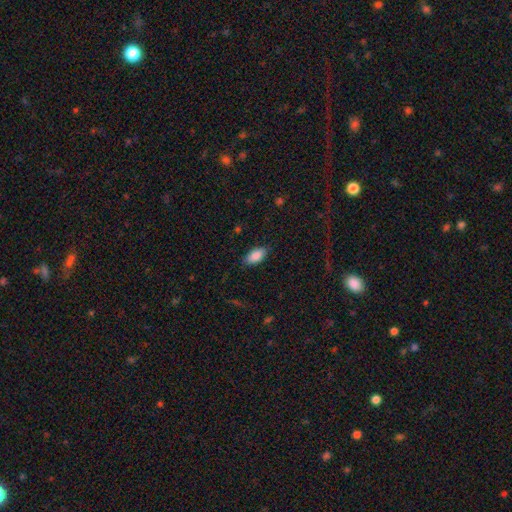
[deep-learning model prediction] A smooth galaxy with no disk features (87%) that is in between round and cigar-shaped (91%).

Vote fractions:
- Smooth or featured? smooth: 87% / star or artifact: 7% / featured or disk: 6%
- How rounded? in between: 91% / cigar-shaped: 6% / round: 2%
- Merging? none: 85% / minor disturbance: 11% / major disturbance: 3% / merger: 1%